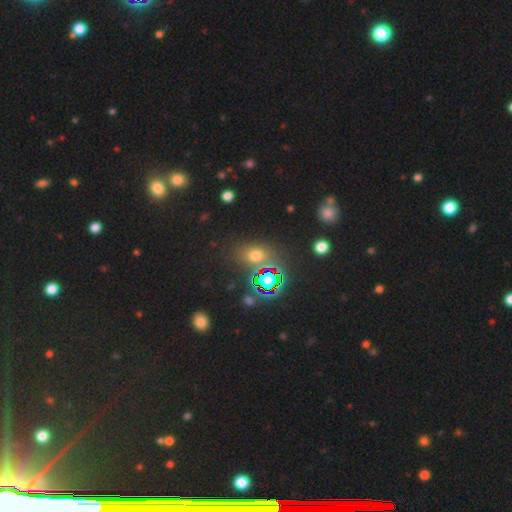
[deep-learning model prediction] Smooth or featured? Predicted: smooth (p=0.58). How rounded? Predicted: in between (p=0.51). Merging? Predicted: none (p=0.77).